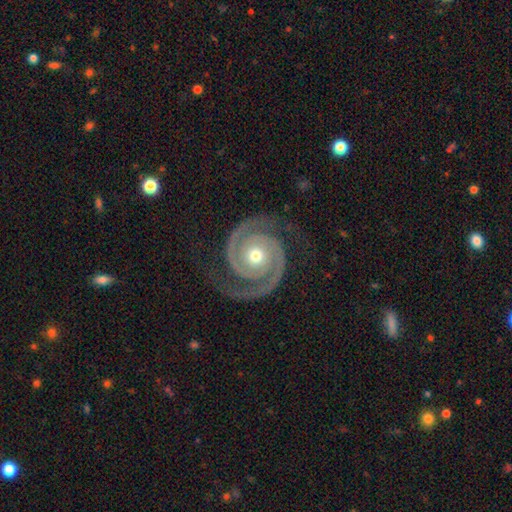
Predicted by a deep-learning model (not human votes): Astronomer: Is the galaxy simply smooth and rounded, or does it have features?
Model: featured or disk — 94%.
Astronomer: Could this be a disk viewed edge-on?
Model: no — 98%.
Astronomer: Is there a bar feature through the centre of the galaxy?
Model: no — 79%.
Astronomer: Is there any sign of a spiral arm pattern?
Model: yes — 99%.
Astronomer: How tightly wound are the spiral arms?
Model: tight — 65%.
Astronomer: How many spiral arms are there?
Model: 2 — 94%.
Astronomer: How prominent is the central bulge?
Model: moderate — 66%.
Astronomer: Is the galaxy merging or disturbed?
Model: none — 84%.